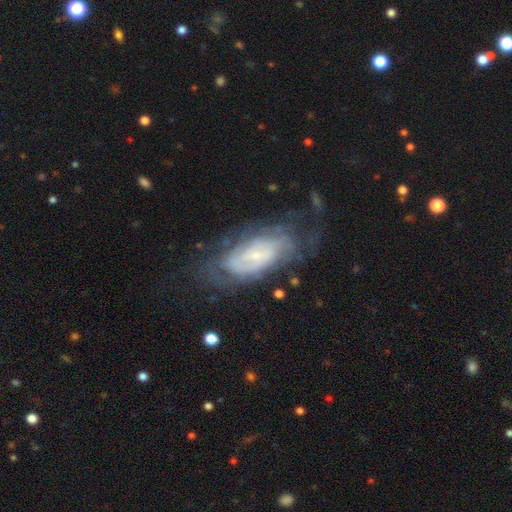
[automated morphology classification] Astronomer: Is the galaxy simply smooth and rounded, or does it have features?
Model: featured or disk — 75%.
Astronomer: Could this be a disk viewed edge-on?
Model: no — 91%.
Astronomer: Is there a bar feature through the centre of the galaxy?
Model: no — 52% (runner-up: weak, 37%).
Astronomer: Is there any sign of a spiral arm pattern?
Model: yes — 84%.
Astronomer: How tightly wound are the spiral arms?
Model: tight — 62%.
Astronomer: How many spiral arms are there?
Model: can't tell — 57%.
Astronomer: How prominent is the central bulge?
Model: small — 74%.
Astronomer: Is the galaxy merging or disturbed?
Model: none — 59%.